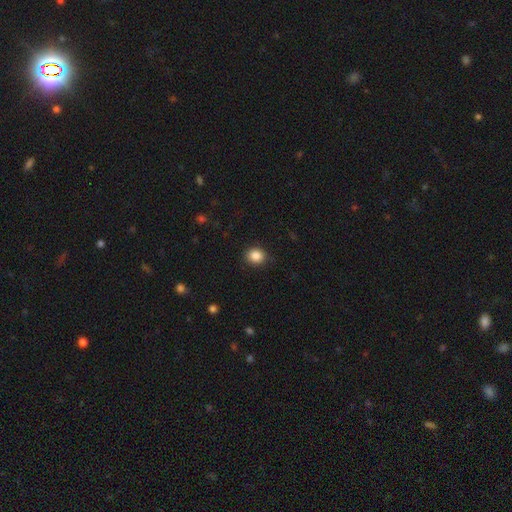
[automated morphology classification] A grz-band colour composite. It shows a smooth galaxy with no disk features (86%) that is round (77%). Merging: none (87%).